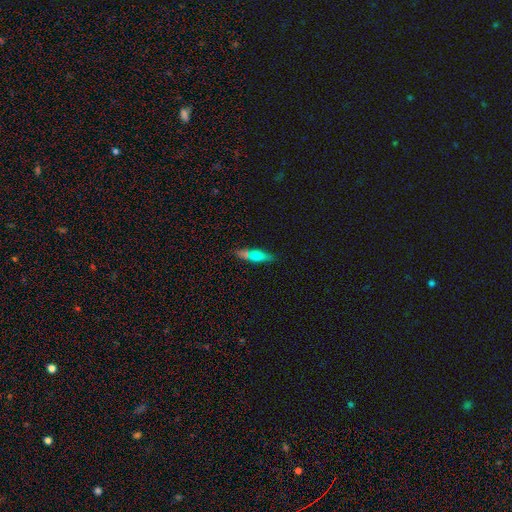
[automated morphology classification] smooth-or-featured: smooth: 61% | featured or disk: 29% | star or artifact: 10%
  how-rounded: cigar-shaped: 61% | in between: 36% | round: 4%
  merging: none: 71% | minor disturbance: 14% | merger: 11% | major disturbance: 4%